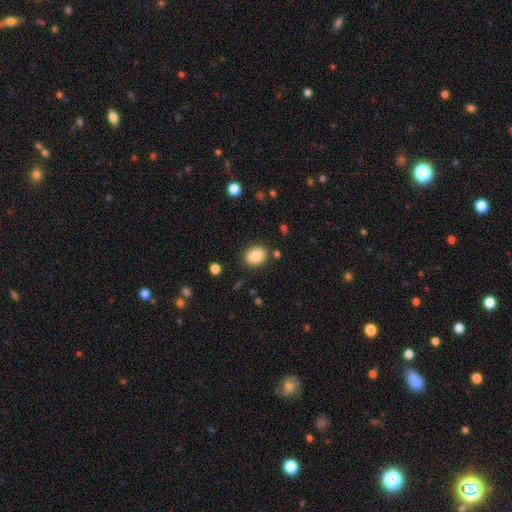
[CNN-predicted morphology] Q: Smooth or featured?
A: smooth (85%); runner-up: star or artifact (8%)
Q: How rounded?
A: round (59%); runner-up: in between (40%)
Q: Merging?
A: none (85%); runner-up: minor disturbance (9%)